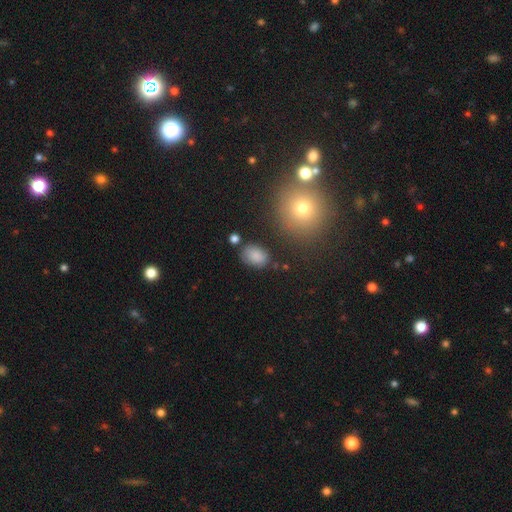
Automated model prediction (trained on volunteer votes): Smooth or featured: smooth — 84% (star or artifact — 9%)
How rounded: in between — 83% (round — 16%)
Merging: none — 76% (minor disturbance — 15%)